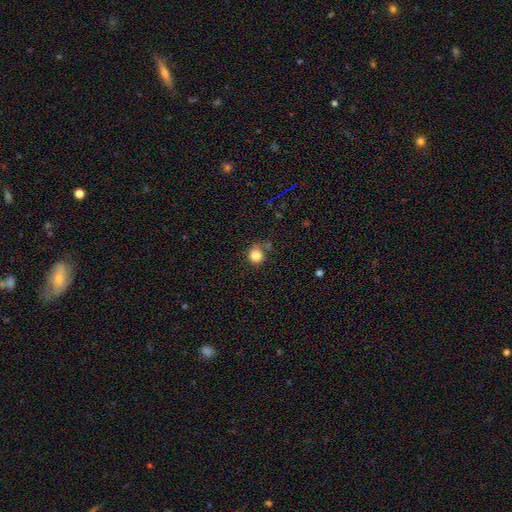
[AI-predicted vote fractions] smooth_or_featured: smooth (p=0.83) [alt: star or artifact p=0.11]
how_rounded: round (p=0.84) [alt: in between p=0.15]
merging: none (p=0.66) [alt: minor disturbance p=0.18]